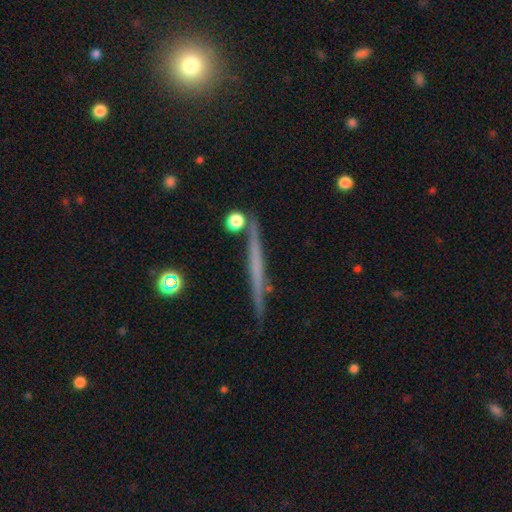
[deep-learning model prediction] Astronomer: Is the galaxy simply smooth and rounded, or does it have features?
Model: featured or disk — 58% (runner-up: smooth, 34%).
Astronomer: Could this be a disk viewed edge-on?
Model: yes — 96%.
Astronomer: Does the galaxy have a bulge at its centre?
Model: none — 85%.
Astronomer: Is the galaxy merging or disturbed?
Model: none — 86%.